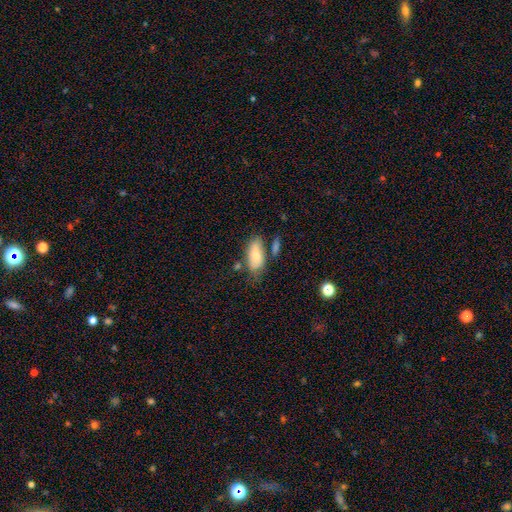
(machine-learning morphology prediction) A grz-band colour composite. It shows a smooth galaxy with no disk features (73%) that is in between round and cigar-shaped (87%). Merging: none (57%).